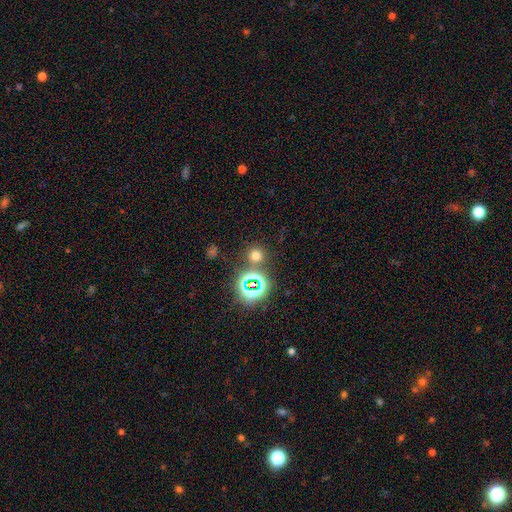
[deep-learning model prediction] Smooth or featured: smooth — 63% (star or artifact — 30%)
How rounded: round — 91% (in between — 8%)
Merging: none — 79% (merger — 10%)